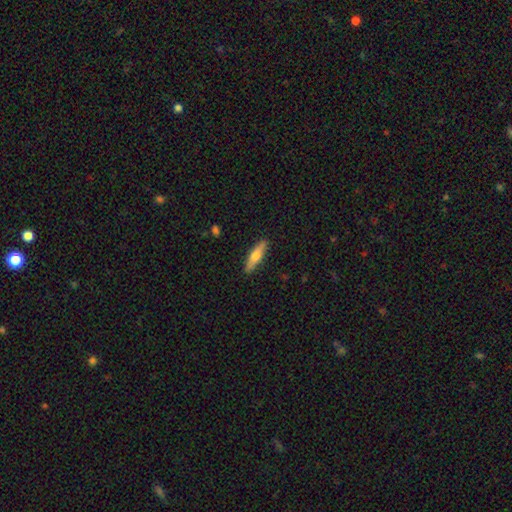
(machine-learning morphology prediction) Overall: smooth (58%; featured or disk 36%). How rounded: cigar-shaped (72%). Merging: none (89%).